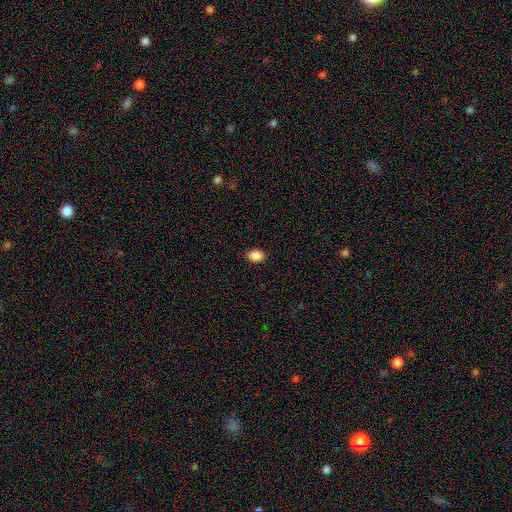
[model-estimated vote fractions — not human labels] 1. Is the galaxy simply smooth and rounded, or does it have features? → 89% smooth, 8% star or artifact, 3% featured or disk.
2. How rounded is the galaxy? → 82% in between, 17% round, 1% cigar-shaped.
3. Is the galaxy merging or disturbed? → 89% none, 8% minor disturbance, 2% major disturbance, 1% merger.